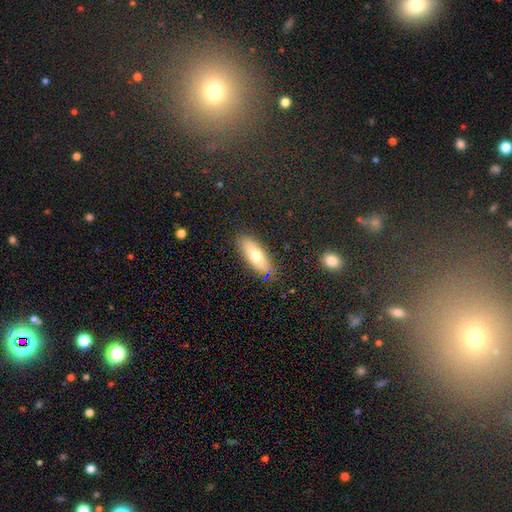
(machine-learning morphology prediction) Smooth or featured?
  - smooth: 68% *
  - featured or disk: 25%
  - star or artifact: 7%
How rounded?
  - in between: 75% *
  - cigar-shaped: 22%
  - round: 3%
Merging?
  - none: 84% *
  - minor disturbance: 12%
  - major disturbance: 3%
  - merger: 2%